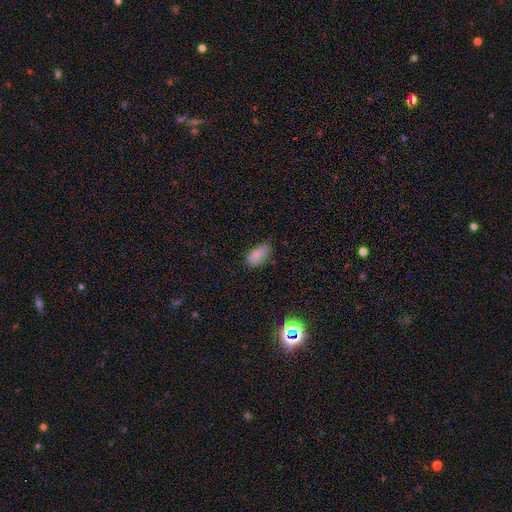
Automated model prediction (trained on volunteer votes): smooth-or-featured: smooth: 75% | featured or disk: 16% | star or artifact: 9%
  how-rounded: in between: 90% | cigar-shaped: 7% | round: 4%
  merging: none: 56% | minor disturbance: 32% | major disturbance: 9% | merger: 2%